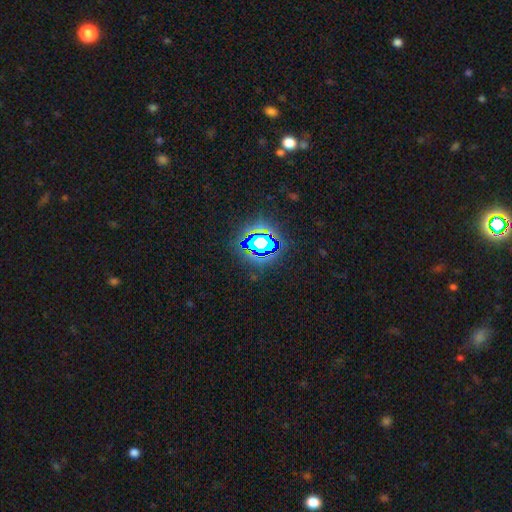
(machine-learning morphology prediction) star or artifact 83%, smooth 10%, featured or disk 7%.